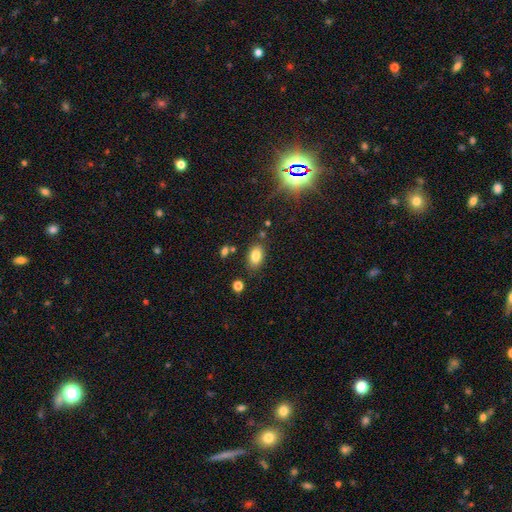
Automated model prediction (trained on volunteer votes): smooth_or_featured: smooth (p=0.82) [alt: star or artifact p=0.10]
how_rounded: in between (p=0.87) [alt: round p=0.11]
merging: none (p=0.79) [alt: minor disturbance p=0.13]